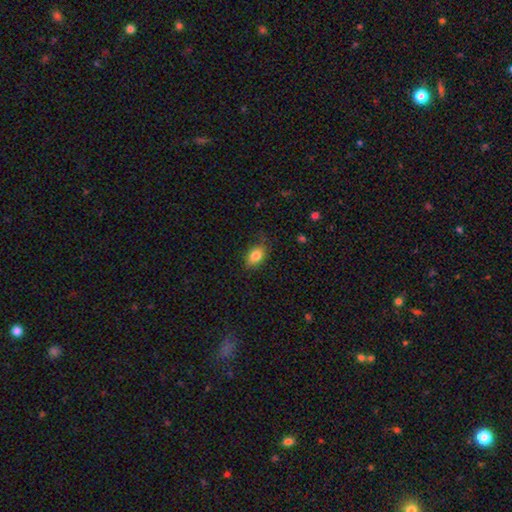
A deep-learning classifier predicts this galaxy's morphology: Smooth or featured? smooth (83%)
How rounded? in between (85%)
Merging? none (76%)